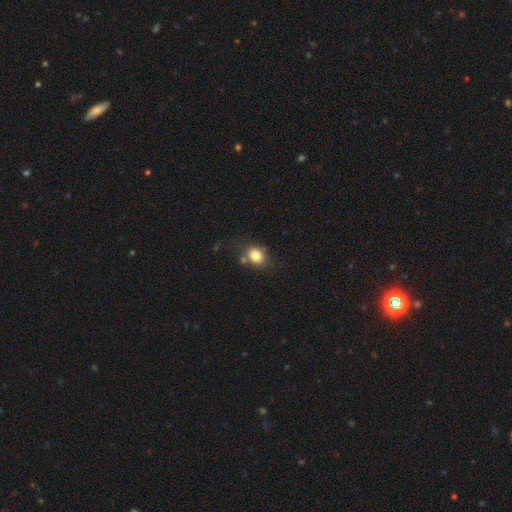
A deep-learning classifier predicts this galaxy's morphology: This is clearly a smooth galaxy (80%). How rounded: possibly round (54%). Merging: likely none (66%).